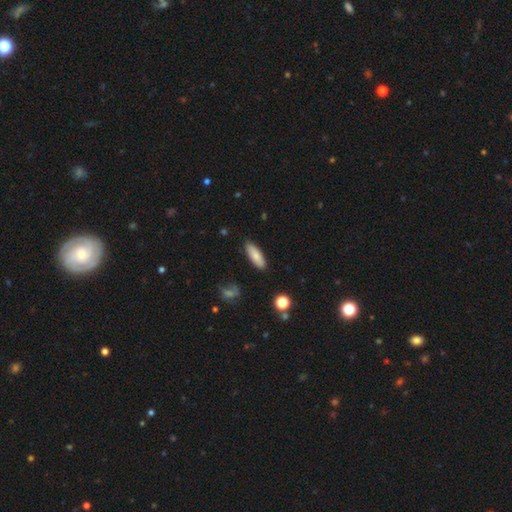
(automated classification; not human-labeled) This is clearly a smooth galaxy (80%). How rounded: likely in between (61%). Merging: clearly none (86%).